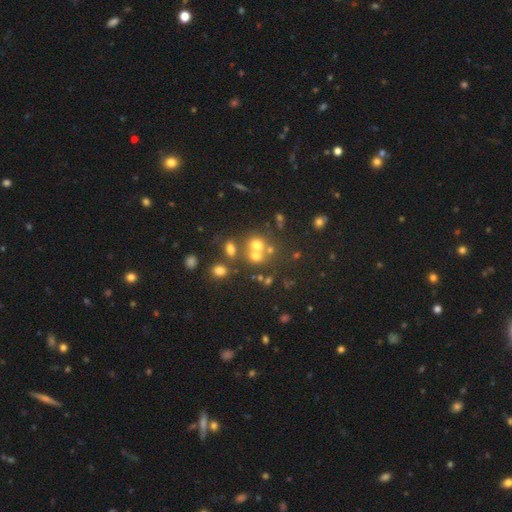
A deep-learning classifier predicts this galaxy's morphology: Smooth or featured?
  - smooth: 60% *
  - star or artifact: 21%
  - featured or disk: 19%
How rounded?
  - round: 76% *
  - in between: 23%
  - cigar-shaped: 1%
Merging?
  - merger: 44% *
  - none: 42%
  - minor disturbance: 9%
  - major disturbance: 5%